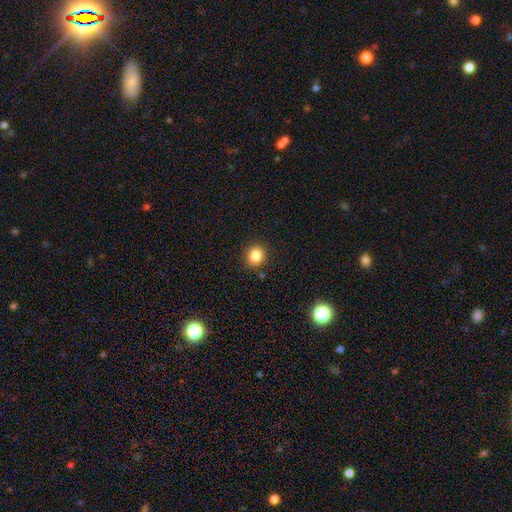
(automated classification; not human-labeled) Smooth or featured: smooth — 85% (star or artifact — 11%)
How rounded: round — 75% (in between — 24%)
Merging: none — 88% (minor disturbance — 8%)